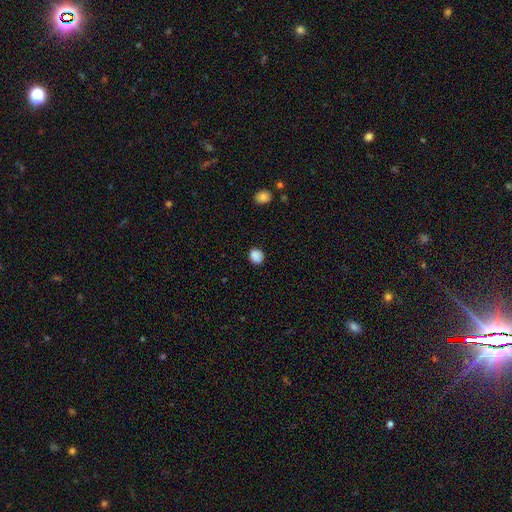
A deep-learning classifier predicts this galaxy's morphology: Overall: smooth (87%). How rounded: round (77%). Merging: none (86%).